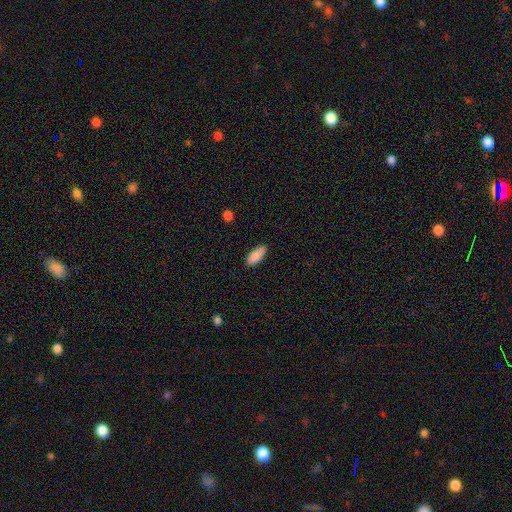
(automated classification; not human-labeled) Overall: smooth (87%). How rounded: in between (78%). Merging: none (84%).